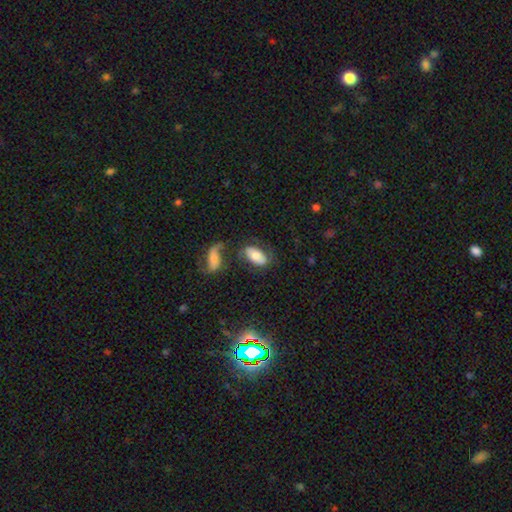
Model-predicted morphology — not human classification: This is possibly a smooth galaxy (54%). How rounded: clearly in between (92%). Merging: possibly none (51%).